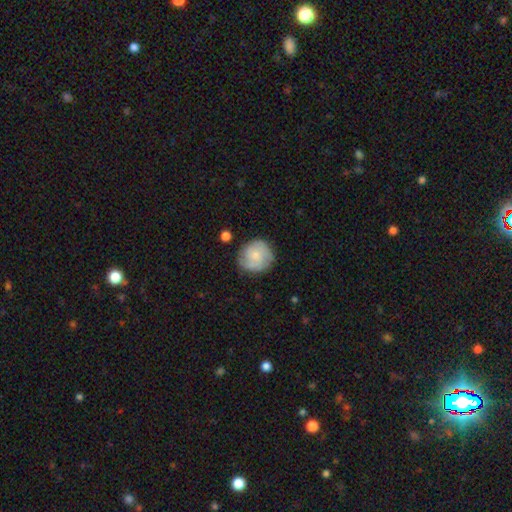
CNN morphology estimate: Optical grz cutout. It shows a smooth galaxy with no disk features (50%) that is round (89%). Merging: none (75%).